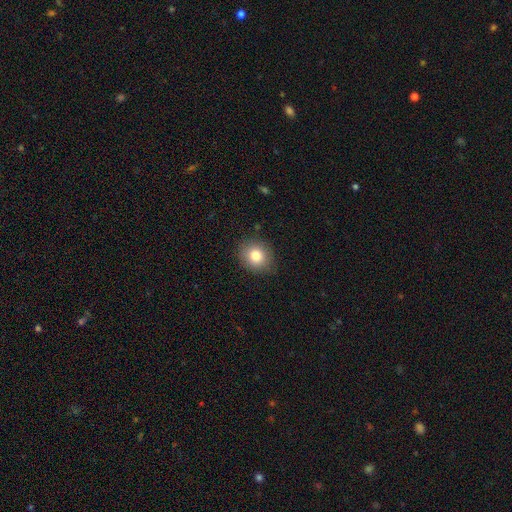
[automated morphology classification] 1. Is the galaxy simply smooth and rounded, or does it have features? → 82% smooth, 10% star or artifact, 9% featured or disk.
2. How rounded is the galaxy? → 69% round, 30% in between, 1% cigar-shaped.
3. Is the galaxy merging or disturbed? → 85% none, 11% minor disturbance, 3% major disturbance, 1% merger.